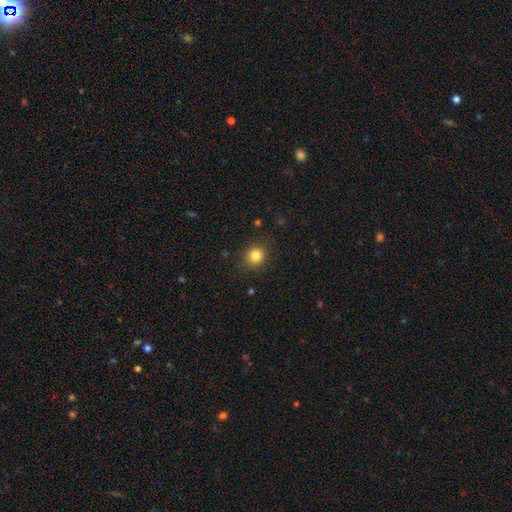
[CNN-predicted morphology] smooth_or_featured: smooth (p=0.82) [alt: star or artifact p=0.12]
how_rounded: round (p=0.87) [alt: in between p=0.12]
merging: none (p=0.88) [alt: minor disturbance p=0.08]